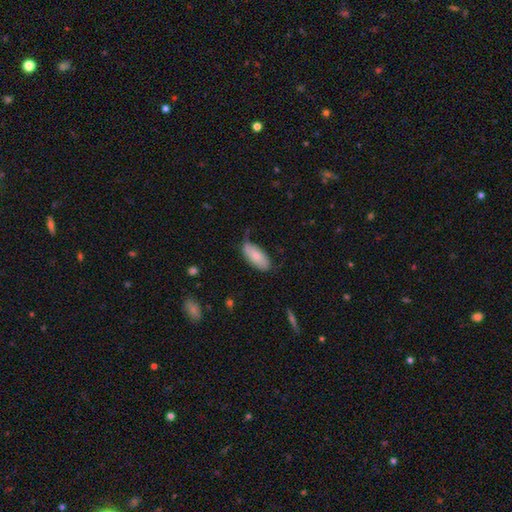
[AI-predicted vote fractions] smooth 79%, featured or disk 15%, star or artifact 6%. Down the decision tree: how rounded — in between (88%); merging — none (57%).